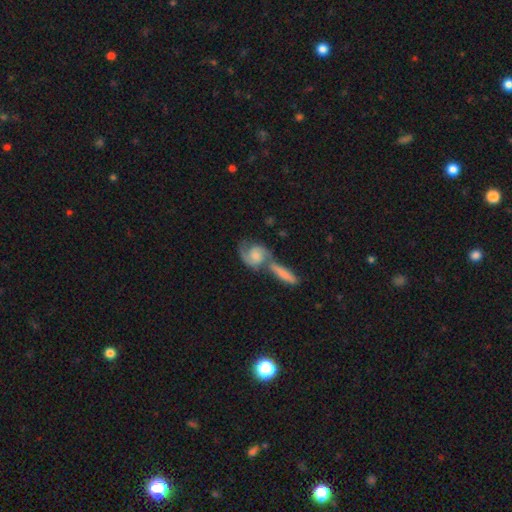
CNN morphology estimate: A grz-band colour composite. It shows a featured or disk galaxy (76%) with no bar (59%), 2 (85%) medium (51%) spiral arms (95%) and a moderate central bulge (41%). Merging: merger (47%).